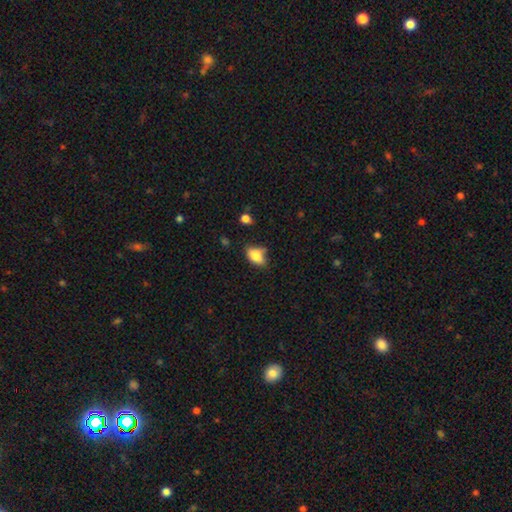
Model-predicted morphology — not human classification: The model was most divided on "merging": none: 59%, minor disturbance: 29%, major disturbance: 6%, merger: 6%. More confident: how rounded — in between (86%); smooth or featured — smooth (80%).